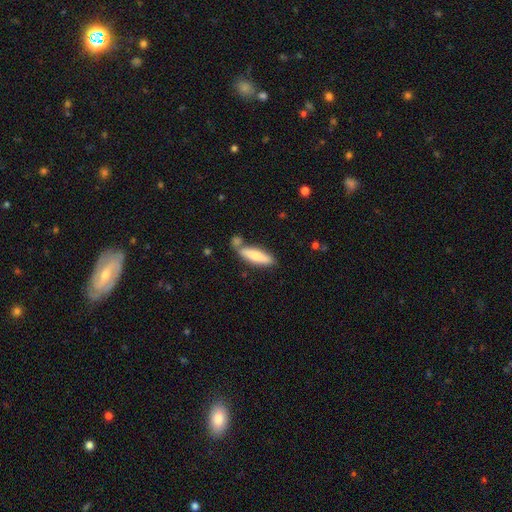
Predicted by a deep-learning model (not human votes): smooth-or-featured: smooth: 72% | featured or disk: 23% | star or artifact: 5%
  how-rounded: cigar-shaped: 70% | in between: 28% | round: 2%
  merging: none: 65% | merger: 17% | minor disturbance: 14% | major disturbance: 4%